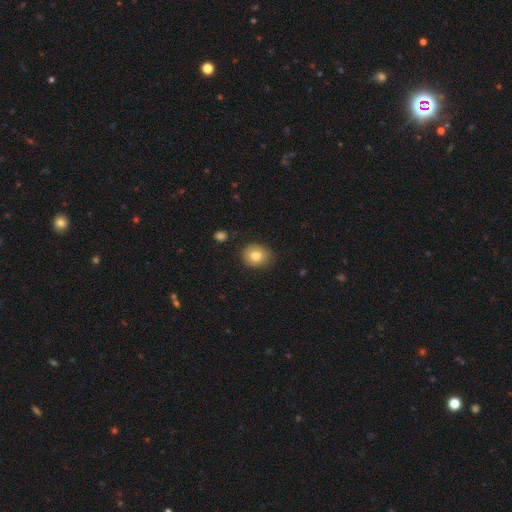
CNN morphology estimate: This is clearly a smooth galaxy (81%). How rounded: likely round (65%). Merging: clearly none (83%).